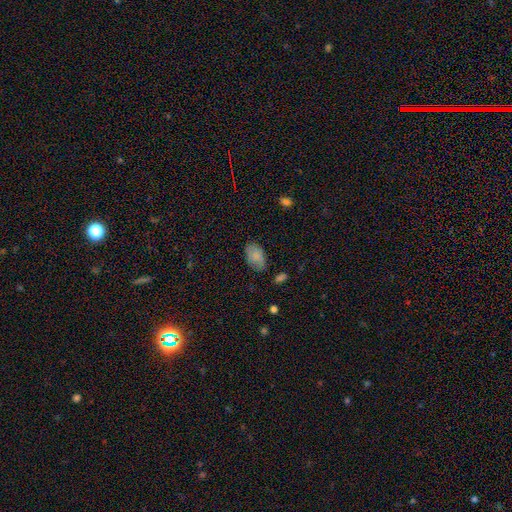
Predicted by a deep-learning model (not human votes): Smooth or featured? Predicted: smooth (p=0.82). How rounded? Predicted: in between (p=0.93). Merging? Predicted: none (p=0.76).